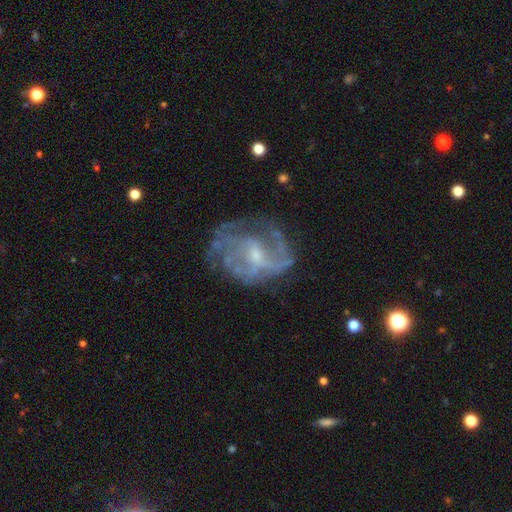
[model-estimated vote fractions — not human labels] The model was most divided on "bar": weak: 49%, no: 41%, strong: 11%. Remaining: edge-on disk — no (97%); spiral arms — yes (80%); smooth or featured — featured or disk (79%); bulge size — small (60%); merging — none (55%); spiral winding — medium (41%); spiral arm count — can't tell (38%).